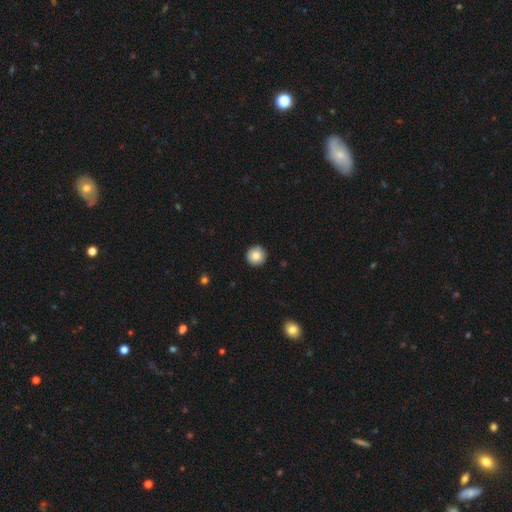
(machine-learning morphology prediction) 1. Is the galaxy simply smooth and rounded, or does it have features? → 85% smooth, 8% star or artifact, 7% featured or disk.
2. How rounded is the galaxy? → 96% round, 3% in between, 1% cigar-shaped.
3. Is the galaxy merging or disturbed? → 93% none, 5% minor disturbance, 1% major disturbance, 1% merger.